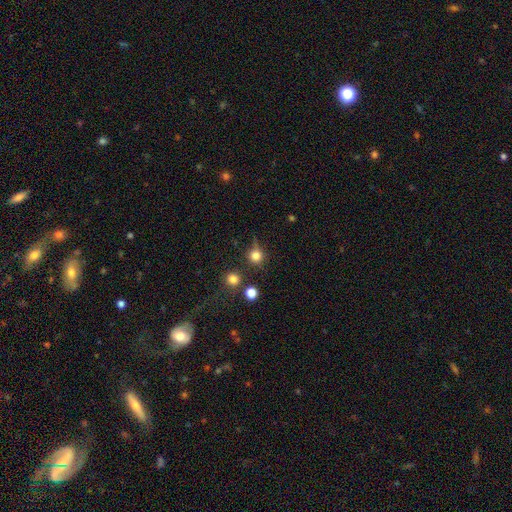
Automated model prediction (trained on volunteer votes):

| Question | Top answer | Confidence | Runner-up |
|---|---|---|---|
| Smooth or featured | smooth | 78% | star or artifact (14%) |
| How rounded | round | 92% | in between (7%) |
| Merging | none | 68% | minor disturbance (17%) |